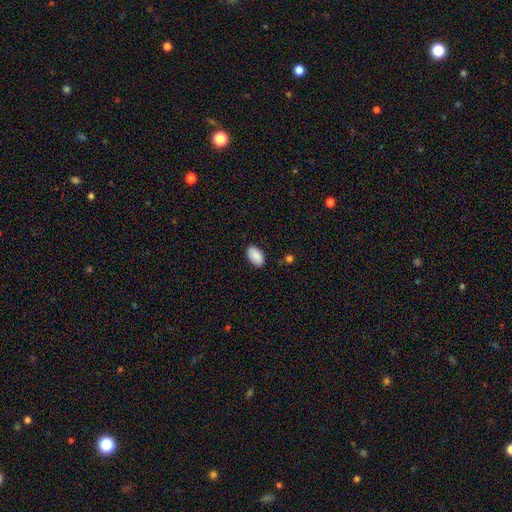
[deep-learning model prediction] smooth-or-featured: smooth: 90% | star or artifact: 6% | featured or disk: 3%
  how-rounded: in between: 95% | round: 4% | cigar-shaped: 1%
  merging: none: 87% | minor disturbance: 10% | major disturbance: 2% | merger: 1%